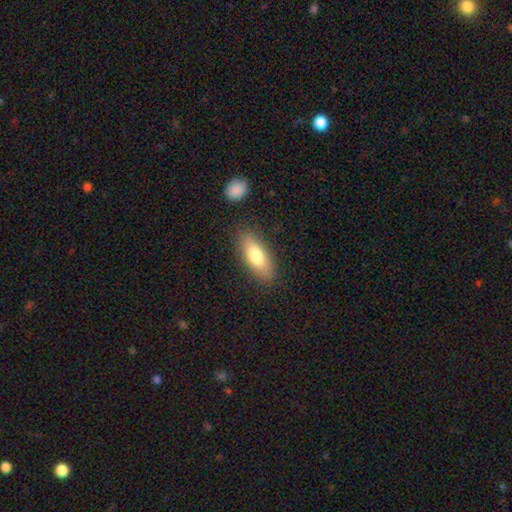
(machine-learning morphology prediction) The model was most divided on "how rounded": in between: 72%, cigar-shaped: 26%, round: 3%. More confident: merging — none (84%); smooth or featured — smooth (76%).